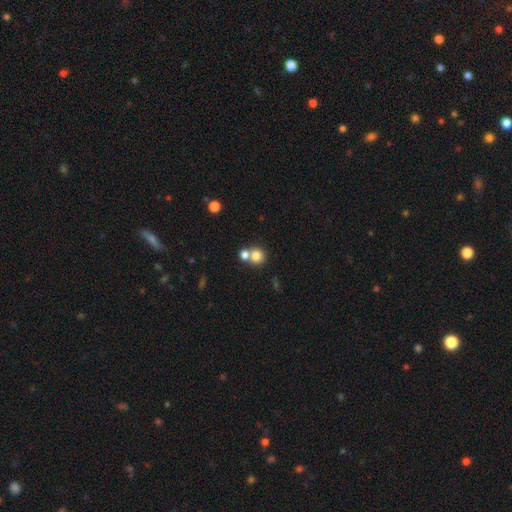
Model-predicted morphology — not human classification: This is likely a smooth galaxy (78%). How rounded: clearly round (86%). Merging: possibly none (48%).